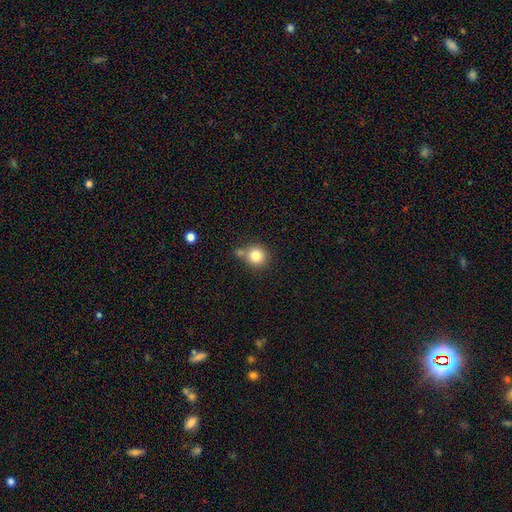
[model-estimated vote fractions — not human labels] Morphology: type=smooth (82%); roundness=round (90%); merging=none (60%).